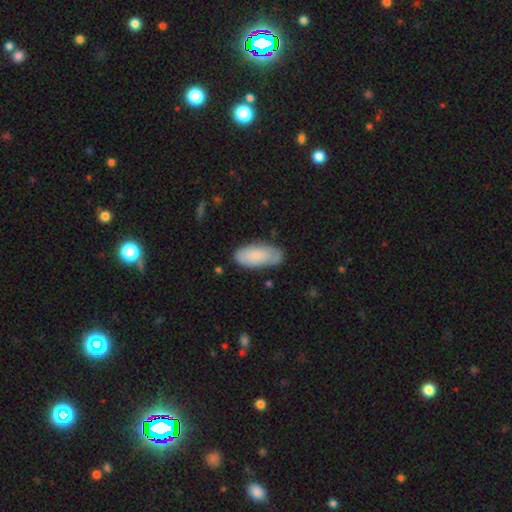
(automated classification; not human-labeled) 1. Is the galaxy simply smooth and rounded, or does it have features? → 78% smooth, 16% featured or disk, 6% star or artifact.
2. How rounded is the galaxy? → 89% in between, 10% cigar-shaped, 2% round.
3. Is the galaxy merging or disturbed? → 68% none, 25% minor disturbance, 5% major disturbance, 2% merger.